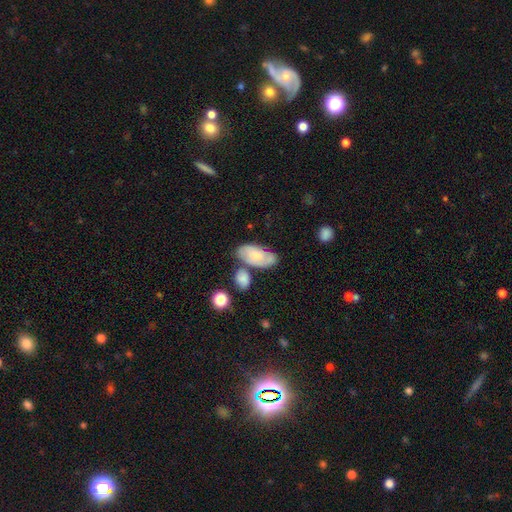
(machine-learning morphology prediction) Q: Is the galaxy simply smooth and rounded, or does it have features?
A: smooth — 59%.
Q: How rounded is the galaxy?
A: in between — 92%.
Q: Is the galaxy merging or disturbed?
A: none — 52%.